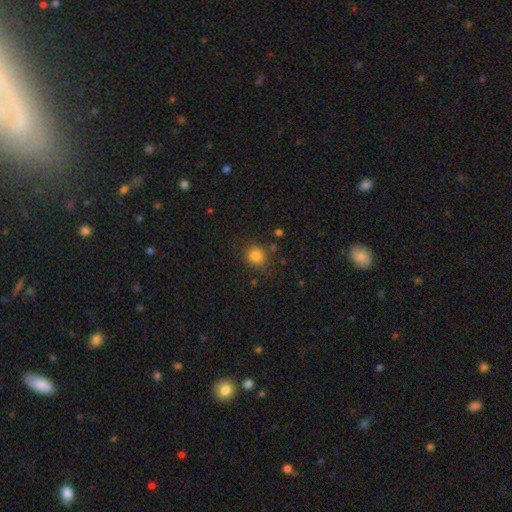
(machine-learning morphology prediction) This is clearly a smooth galaxy (84%). How rounded: clearly round (81%). Merging: likely none (79%).